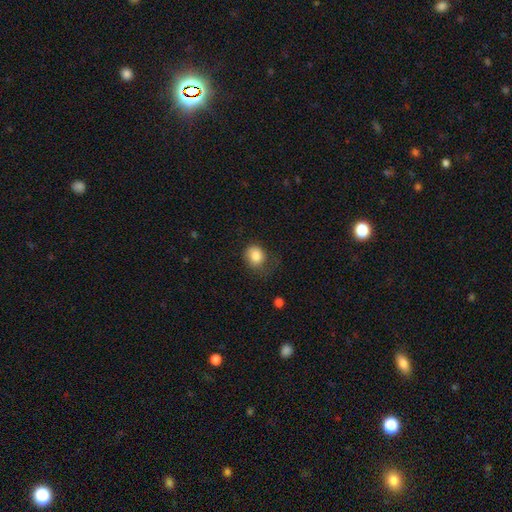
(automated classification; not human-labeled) Smooth or featured? smooth (84%)
How rounded? round (69%)
Merging? none (50%)